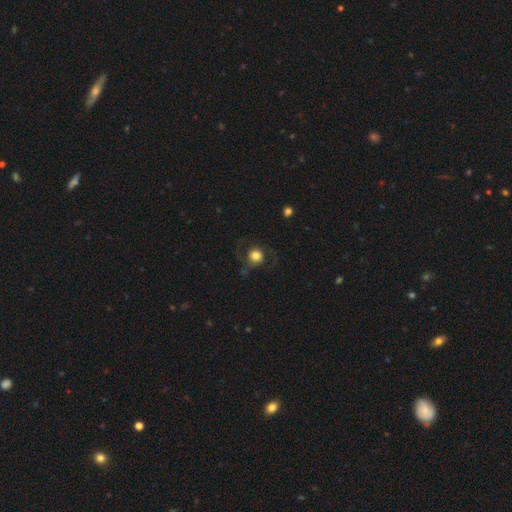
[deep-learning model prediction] The model was most divided on "smooth or featured": smooth: 59%, featured or disk: 32%, star or artifact: 10%. More confident: how rounded — round (89%); merging — none (68%).